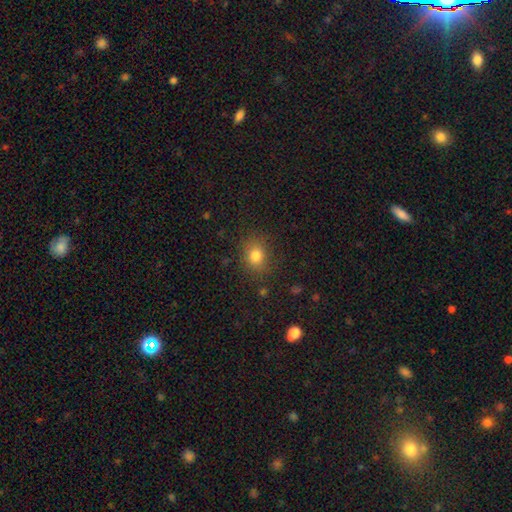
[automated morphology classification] This appears to be a smooth galaxy with no disk features (80%) that is round (60%). Merging: none (83%).